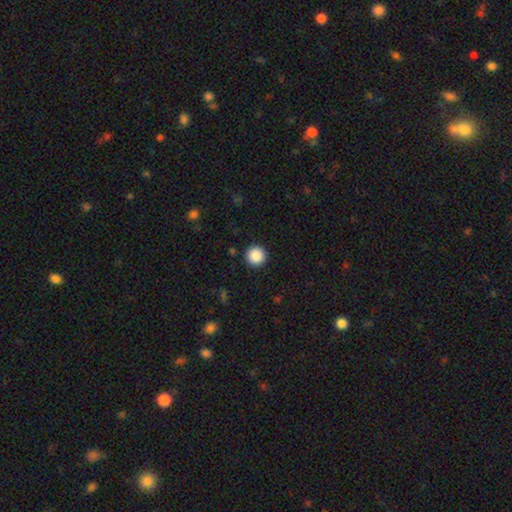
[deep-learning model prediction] smooth 88%, star or artifact 9%, featured or disk 3%. Down the decision tree: how rounded — round (96%); merging — none (92%).